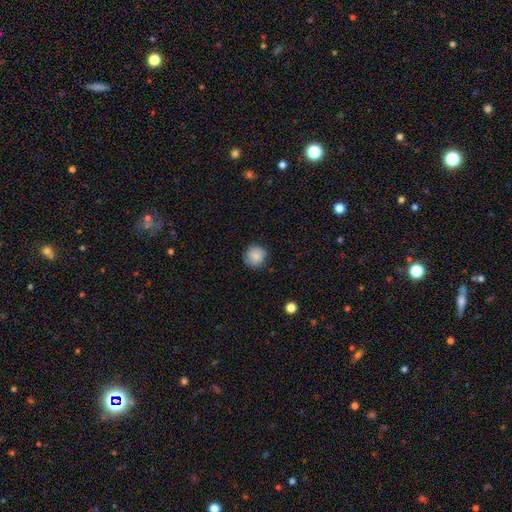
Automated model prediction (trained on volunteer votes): A smooth galaxy with no disk features (87%) that is round (90%). Merging: none (85%).